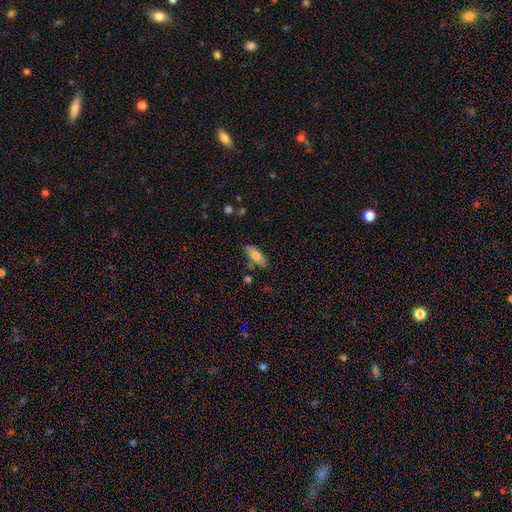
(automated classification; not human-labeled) smooth-or-featured: smooth: 74% | featured or disk: 19% | star or artifact: 7%
  how-rounded: in between: 61% | cigar-shaped: 36% | round: 2%
  merging: none: 75% | minor disturbance: 16% | merger: 6% | major disturbance: 4%